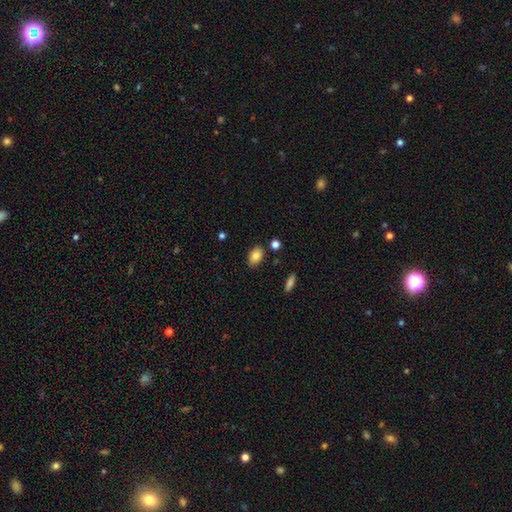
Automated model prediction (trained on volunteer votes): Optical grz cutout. It shows a smooth galaxy with no disk features (84%) that is in between round and cigar-shaped (87%). Merging: none (84%).